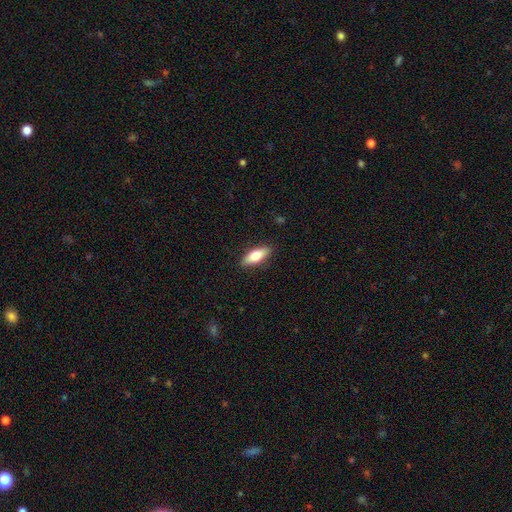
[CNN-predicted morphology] Smooth or featured? smooth (68%)
How rounded? in between (66%)
Merging? none (88%)